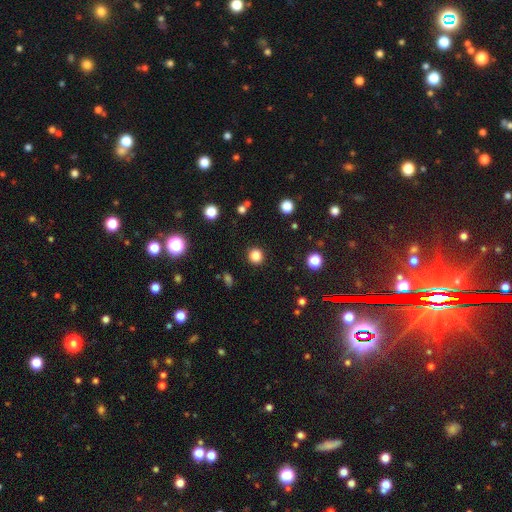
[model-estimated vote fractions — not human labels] smooth 84%, star or artifact 12%, featured or disk 4%. Down the decision tree: how rounded — round (92%); merging — none (92%).